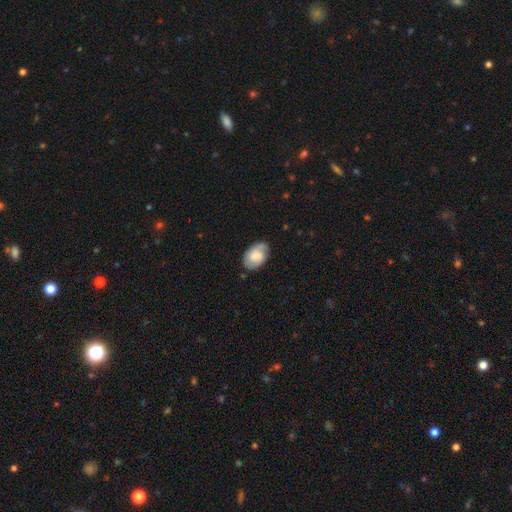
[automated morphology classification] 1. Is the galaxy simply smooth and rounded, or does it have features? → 50% smooth, 43% featured or disk, 7% star or artifact.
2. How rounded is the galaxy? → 86% in between, 12% round, 1% cigar-shaped.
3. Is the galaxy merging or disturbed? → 69% none, 24% minor disturbance, 6% major disturbance, 2% merger.